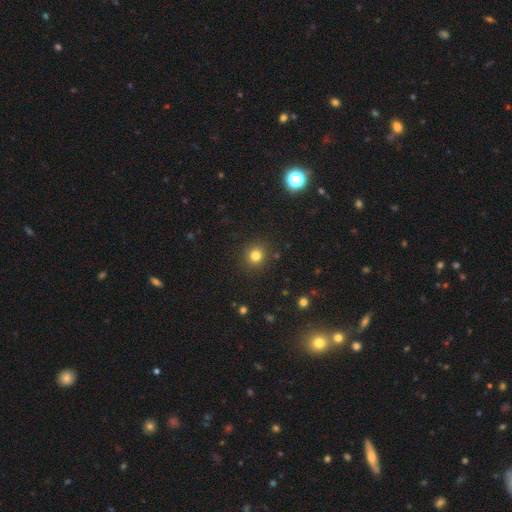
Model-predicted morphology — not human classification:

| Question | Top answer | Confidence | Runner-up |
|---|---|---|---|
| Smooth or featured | smooth | 80% | star or artifact (14%) |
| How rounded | round | 90% | in between (10%) |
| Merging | none | 90% | minor disturbance (7%) |